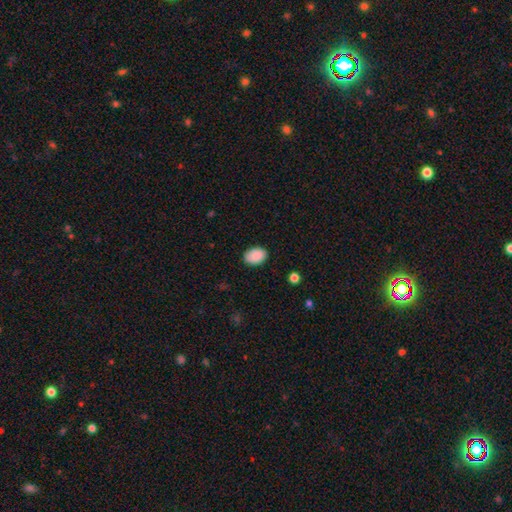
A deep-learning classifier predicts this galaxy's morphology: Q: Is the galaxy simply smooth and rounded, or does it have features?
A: smooth — 90%.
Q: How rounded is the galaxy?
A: in between — 80%.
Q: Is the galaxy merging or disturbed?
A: none — 86%.